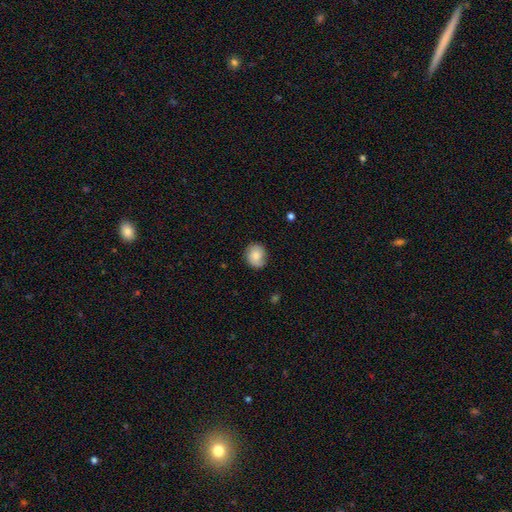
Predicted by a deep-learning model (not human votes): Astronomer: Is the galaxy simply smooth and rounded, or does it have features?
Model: smooth — 73%.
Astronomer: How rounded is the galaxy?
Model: round — 68%.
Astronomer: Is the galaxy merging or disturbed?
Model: none — 72%.